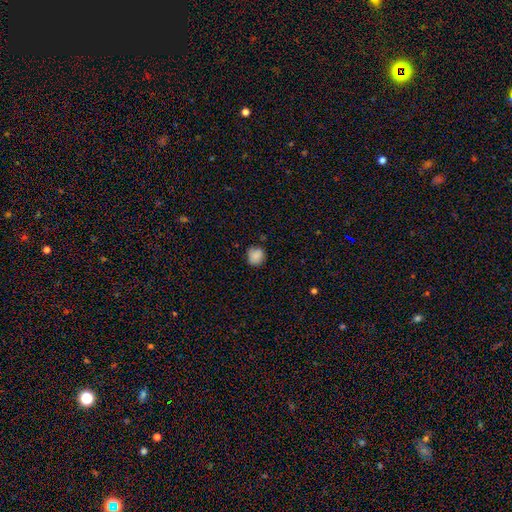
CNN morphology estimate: smooth_or_featured: smooth (p=0.86) [alt: star or artifact p=0.09]
how_rounded: round (p=0.84) [alt: in between p=0.15]
merging: none (p=0.73) [alt: minor disturbance p=0.22]